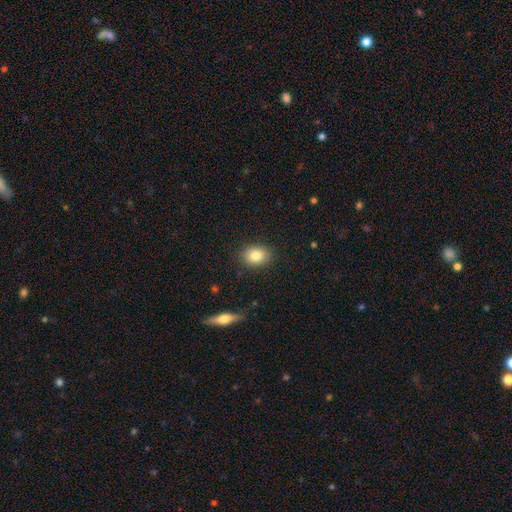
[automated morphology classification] smooth_or_featured: smooth (p=0.83) [alt: star or artifact p=0.09]
how_rounded: in between (p=0.66) [alt: round p=0.33]
merging: none (p=0.87) [alt: minor disturbance p=0.10]